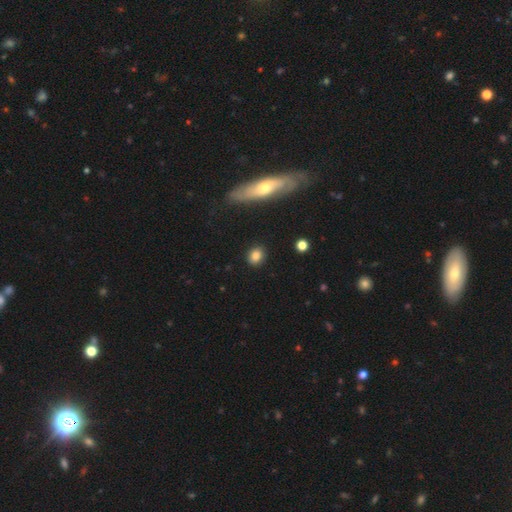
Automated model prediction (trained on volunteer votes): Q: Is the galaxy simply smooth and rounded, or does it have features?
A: smooth — 84%.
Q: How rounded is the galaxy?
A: round — 60%.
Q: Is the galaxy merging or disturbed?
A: none — 88%.